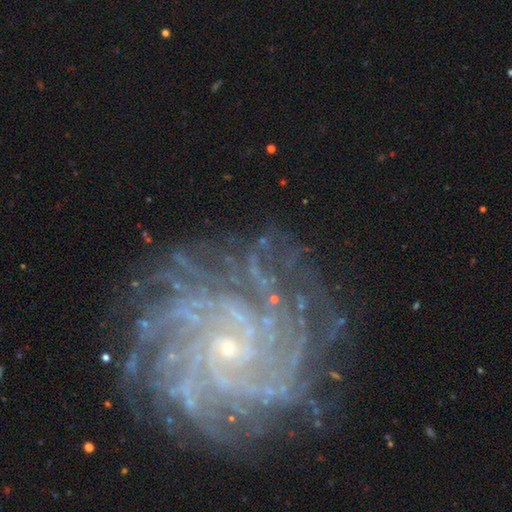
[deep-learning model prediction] A featured or disk galaxy (88%) with no bar (70%), more than 4 (38%) tight (74%) spiral arms (97%) and a small central bulge (84%). Merging: none (78%).